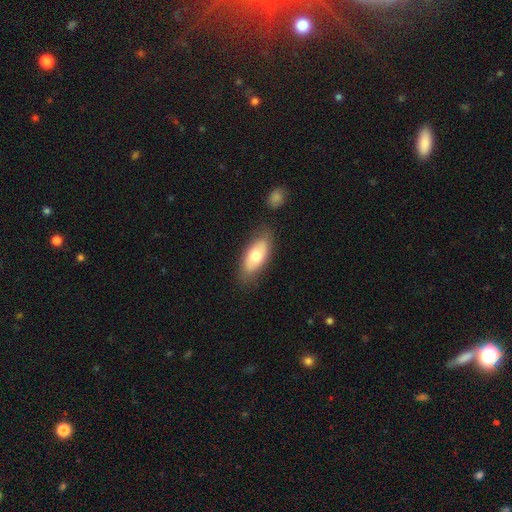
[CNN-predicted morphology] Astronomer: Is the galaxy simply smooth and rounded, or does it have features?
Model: smooth — 67%.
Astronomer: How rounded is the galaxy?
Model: in between — 86%.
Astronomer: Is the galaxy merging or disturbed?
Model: none — 78%.